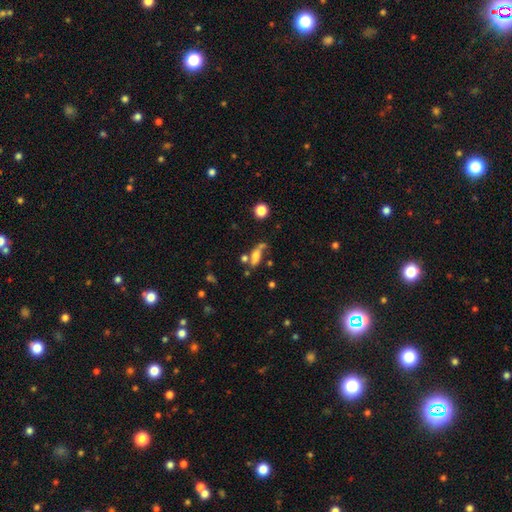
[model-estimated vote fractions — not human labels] A smooth galaxy with no disk features (46%). Merging: none (37%).